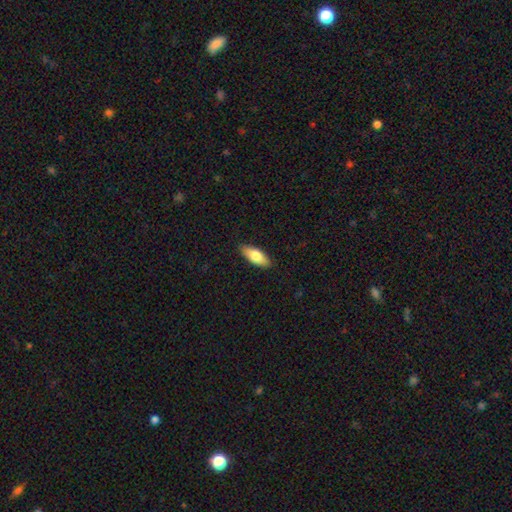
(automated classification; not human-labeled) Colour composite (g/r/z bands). It shows a smooth galaxy with no disk features (77%) that is in between round and cigar-shaped (79%). Merging: none (88%).